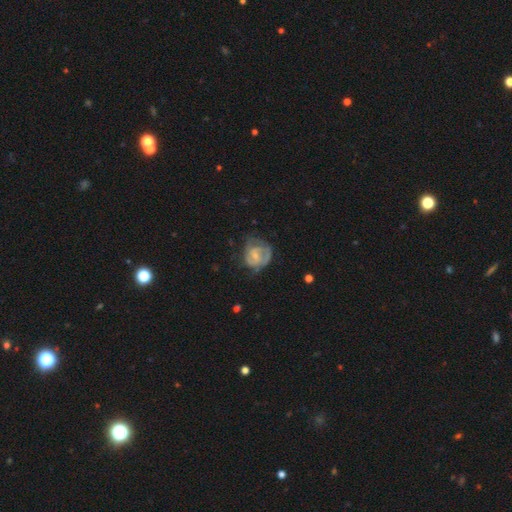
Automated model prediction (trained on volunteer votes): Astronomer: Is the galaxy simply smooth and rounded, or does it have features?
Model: featured or disk — 64%.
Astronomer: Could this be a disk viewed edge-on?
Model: no — 98%.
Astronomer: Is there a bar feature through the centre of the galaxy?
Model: no — 59%.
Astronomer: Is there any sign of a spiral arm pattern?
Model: yes — 73%.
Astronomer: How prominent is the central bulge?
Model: small — 60%.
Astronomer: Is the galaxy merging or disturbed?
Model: none — 43% (runner-up: minor disturbance, 29%).